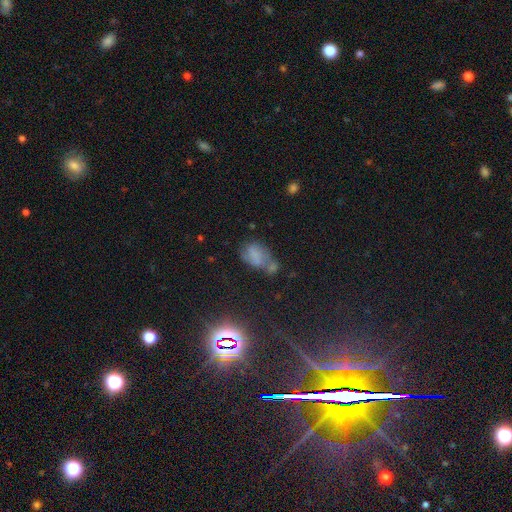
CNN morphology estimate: smooth 55%, featured or disk 24%, star or artifact 21%. Down the decision tree: how rounded — in between (81%); merging — merger (31%).